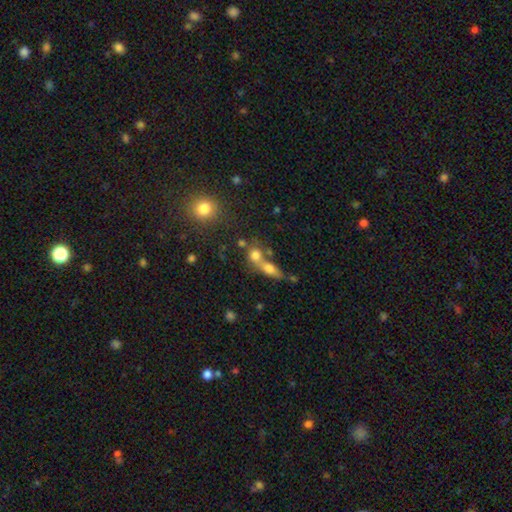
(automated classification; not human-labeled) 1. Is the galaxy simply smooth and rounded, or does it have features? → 71% smooth, 16% featured or disk, 14% star or artifact.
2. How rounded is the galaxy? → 68% round, 26% in between, 6% cigar-shaped.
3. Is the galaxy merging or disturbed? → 52% merger, 35% none, 7% minor disturbance, 5% major disturbance.